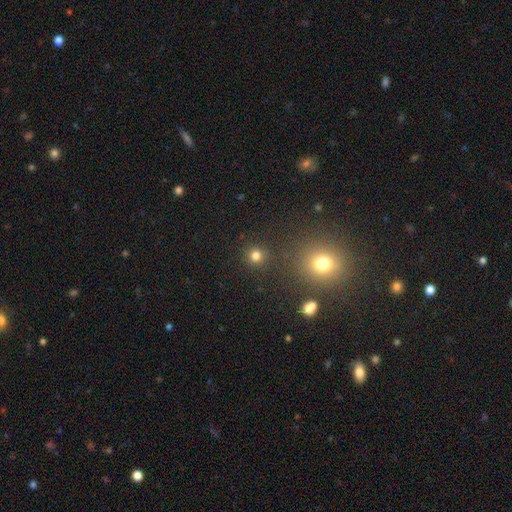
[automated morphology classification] Smooth or featured? smooth (78%)
How rounded? round (92%)
Merging? none (88%)